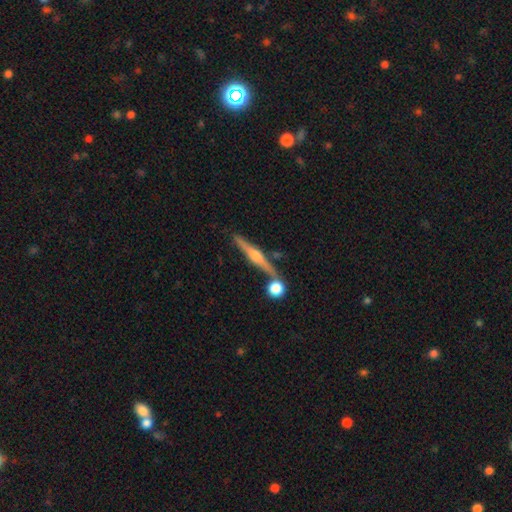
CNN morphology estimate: A featured or disk galaxy (80%) viewed edge-on (98%) with a rounded central bulge (89%).

Vote fractions:
- Smooth or featured? featured or disk: 80% / smooth: 13% / star or artifact: 7%
- Edge-on disk? yes: 98% / no: 2%
- Edge-on bulge? rounded: 89% / boxy: 6% / none: 4%
- Merging? none: 81% / minor disturbance: 8% / merger: 8% / major disturbance: 2%